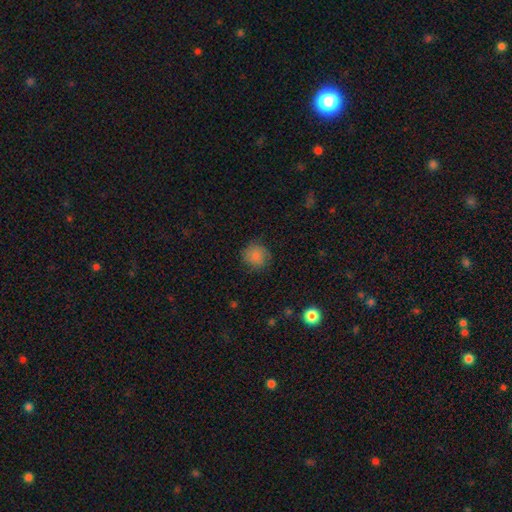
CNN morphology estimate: smooth-or-featured: smooth: 82% | featured or disk: 9% | star or artifact: 9%
  how-rounded: round: 88% | in between: 11% | cigar-shaped: 1%
  merging: none: 77% | minor disturbance: 17% | major disturbance: 5% | merger: 1%